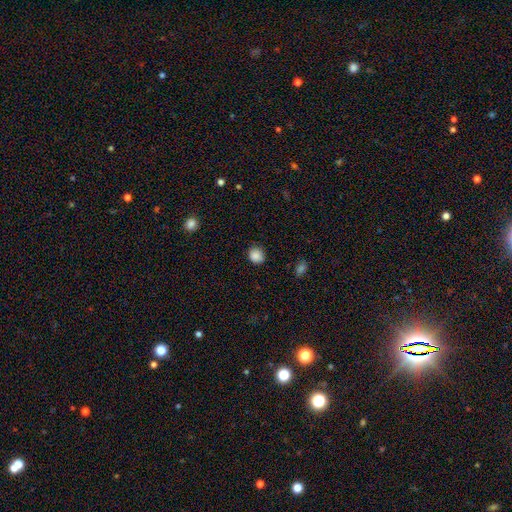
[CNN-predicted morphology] smooth-or-featured: smooth: 87% | star or artifact: 10% | featured or disk: 3%
  how-rounded: round: 80% | in between: 19% | cigar-shaped: 1%
  merging: none: 87% | minor disturbance: 10% | major disturbance: 2% | merger: 1%